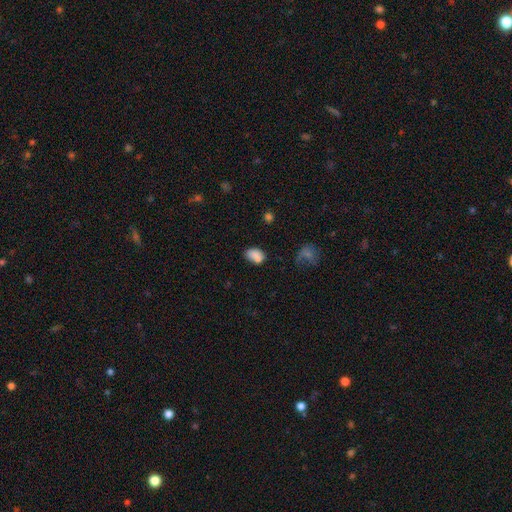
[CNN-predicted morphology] Overall: smooth (80%). How rounded: in between (77%). Merging: none (55%; minor disturbance 22%).